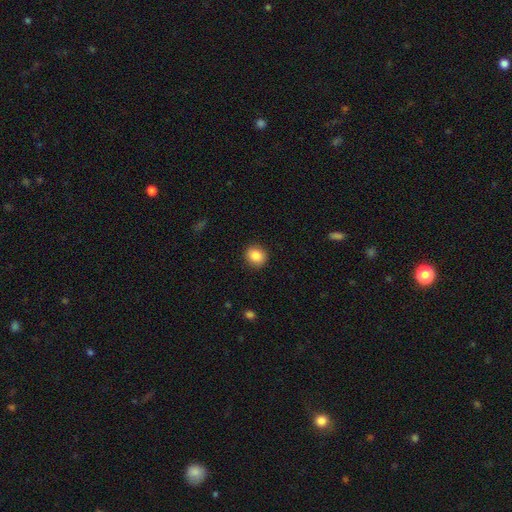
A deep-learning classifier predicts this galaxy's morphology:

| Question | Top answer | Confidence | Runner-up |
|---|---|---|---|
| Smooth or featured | smooth | 86% | star or artifact (9%) |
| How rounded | round | 80% | in between (19%) |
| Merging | none | 90% | minor disturbance (7%) |